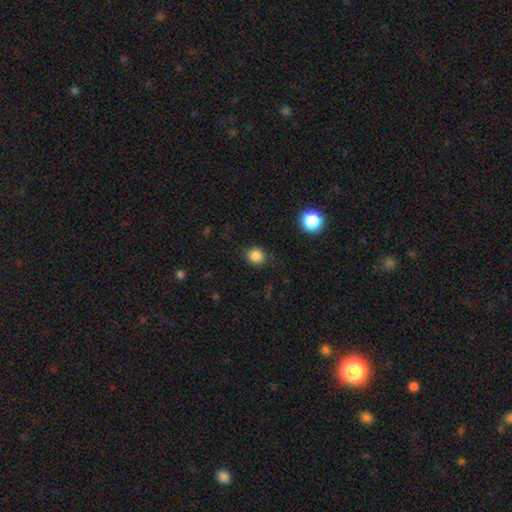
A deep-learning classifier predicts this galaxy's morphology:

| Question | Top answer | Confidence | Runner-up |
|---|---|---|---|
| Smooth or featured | smooth | 84% | star or artifact (12%) |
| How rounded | round | 86% | in between (13%) |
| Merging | none | 84% | minor disturbance (11%) |